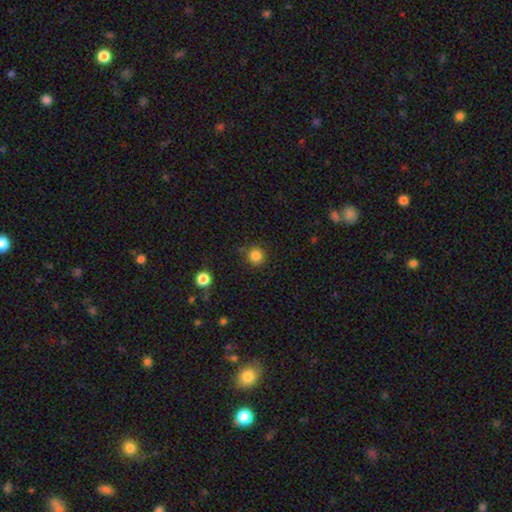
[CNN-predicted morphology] A smooth galaxy with no disk features (84%) that is round (93%). Merging: none (85%).